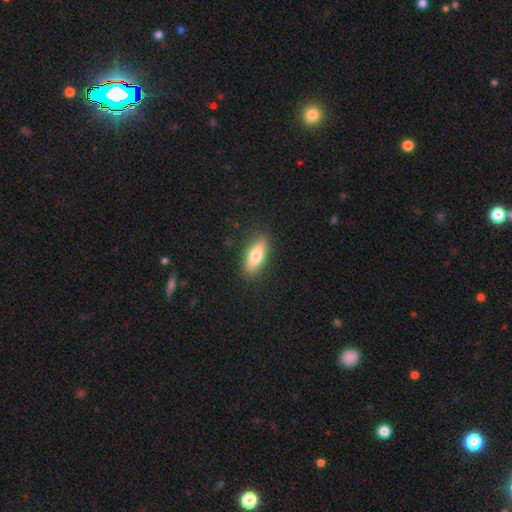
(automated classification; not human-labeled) smooth 75%, featured or disk 19%, star or artifact 6%. Down the decision tree: how rounded — in between (73%); merging — none (88%).